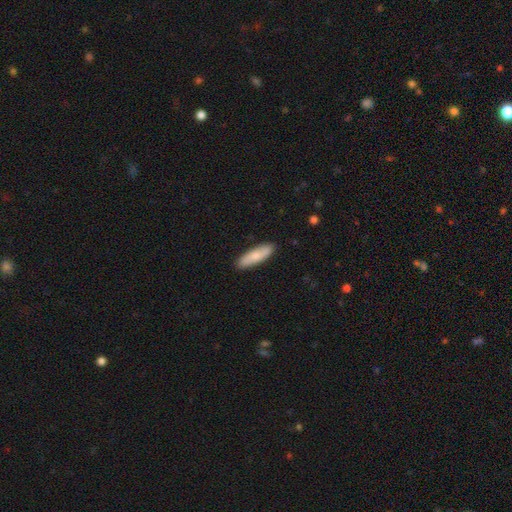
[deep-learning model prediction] smooth_or_featured: smooth (p=0.75) [alt: featured or disk p=0.20]
how_rounded: cigar-shaped (p=0.62) [alt: in between p=0.37]
merging: none (p=0.88) [alt: minor disturbance p=0.09]